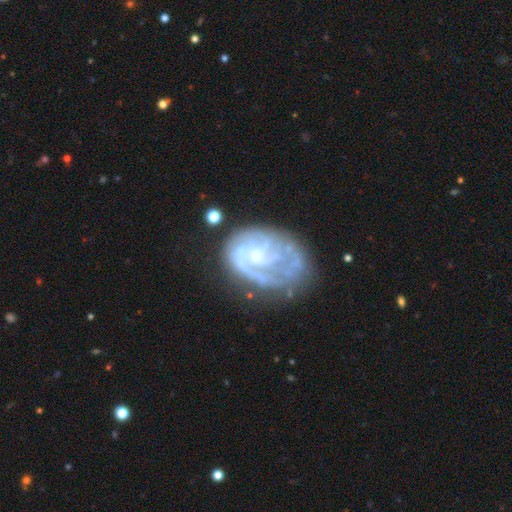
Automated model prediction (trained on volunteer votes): Smooth or featured: featured or disk — 82% (smooth — 11%)
Edge-on disk: no — 98% (yes — 2%)
Bar: no — 58% (weak — 35%)
Spiral arms: yes — 88% (no — 12%)
Spiral winding: tight — 52% (medium — 34%)
Spiral arm count: can't tell — 34% (2 — 27%)
Bulge size: small — 44% (none — 29%)
Merging: none — 51% (minor disturbance — 23%)